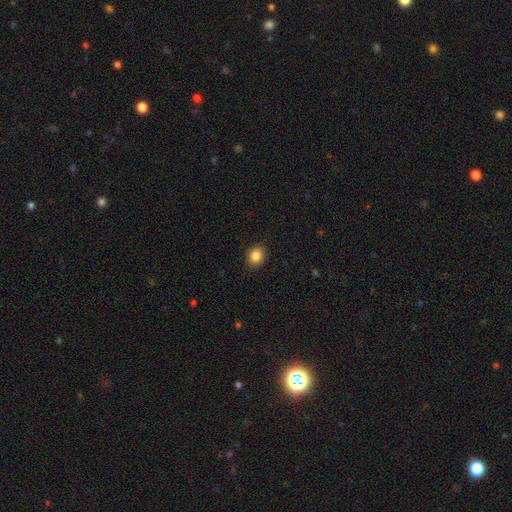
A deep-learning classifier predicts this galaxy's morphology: smooth_or_featured: smooth (p=0.86) [alt: star or artifact p=0.10]
how_rounded: round (p=0.60) [alt: in between p=0.39]
merging: none (p=0.88) [alt: minor disturbance p=0.08]